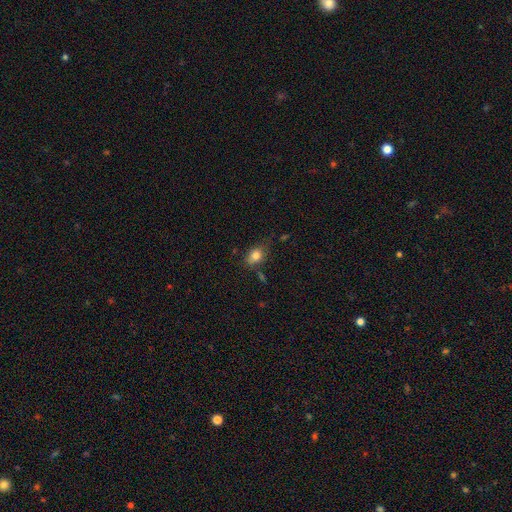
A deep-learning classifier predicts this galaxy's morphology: Smooth or featured? Predicted: smooth (p=0.81). How rounded? Predicted: in between (p=0.75). Merging? Predicted: none (p=0.63).